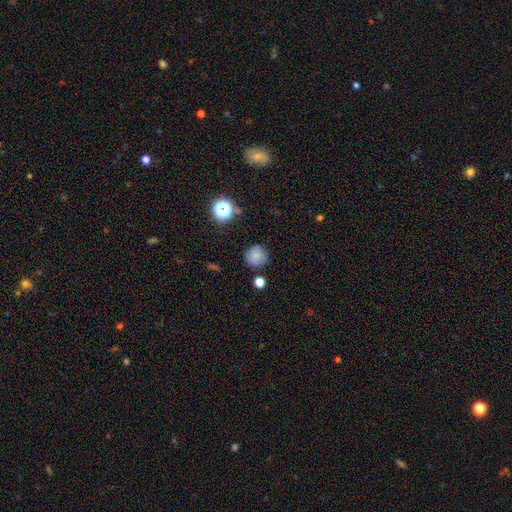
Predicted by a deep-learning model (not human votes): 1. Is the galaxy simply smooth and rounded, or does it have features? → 80% smooth, 14% star or artifact, 6% featured or disk.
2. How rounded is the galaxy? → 93% round, 6% in between, 1% cigar-shaped.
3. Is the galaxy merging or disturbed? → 83% none, 11% minor disturbance, 3% merger, 3% major disturbance.